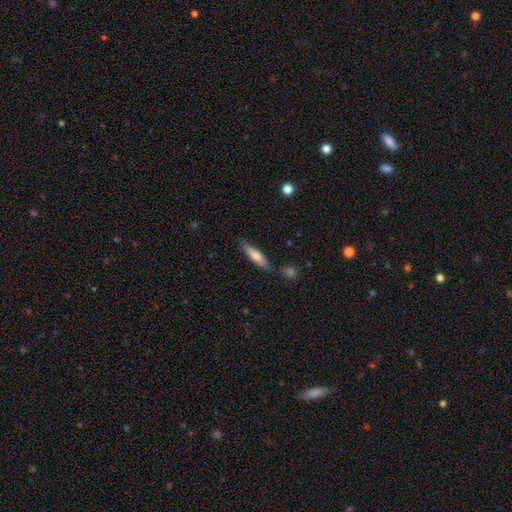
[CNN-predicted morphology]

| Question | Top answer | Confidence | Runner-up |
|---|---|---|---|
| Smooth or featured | smooth | 67% | featured or disk (27%) |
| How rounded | cigar-shaped | 74% | in between (25%) |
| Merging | none | 81% | minor disturbance (13%) |